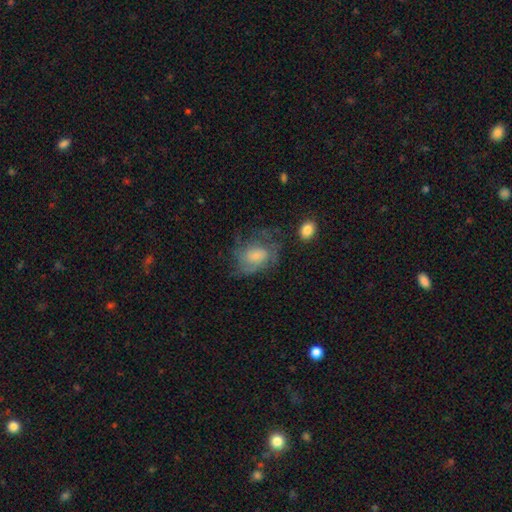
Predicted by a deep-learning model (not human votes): featured or disk 51%, smooth 37%, star or artifact 12%. Down the decision tree: edge-on disk — no (96%); merging — none (54%).